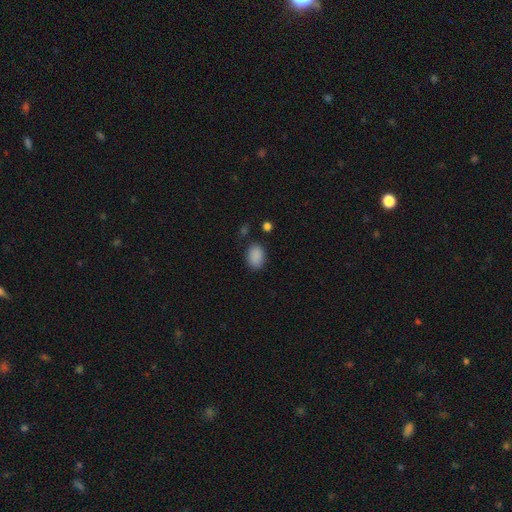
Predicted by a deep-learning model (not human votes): Smooth or featured: smooth — 88% (star or artifact — 9%)
How rounded: in between — 80% (round — 19%)
Merging: none — 81% (minor disturbance — 13%)